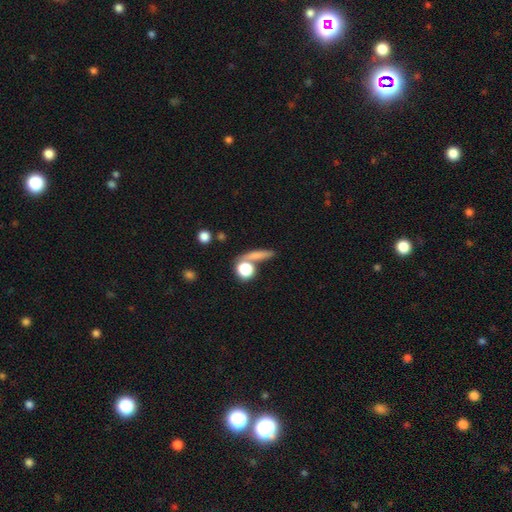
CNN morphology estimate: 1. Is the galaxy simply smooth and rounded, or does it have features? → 72% smooth, 16% featured or disk, 12% star or artifact.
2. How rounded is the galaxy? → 48% cigar-shaped, 32% round, 19% in between.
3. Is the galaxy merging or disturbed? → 64% none, 19% merger, 11% minor disturbance, 6% major disturbance.